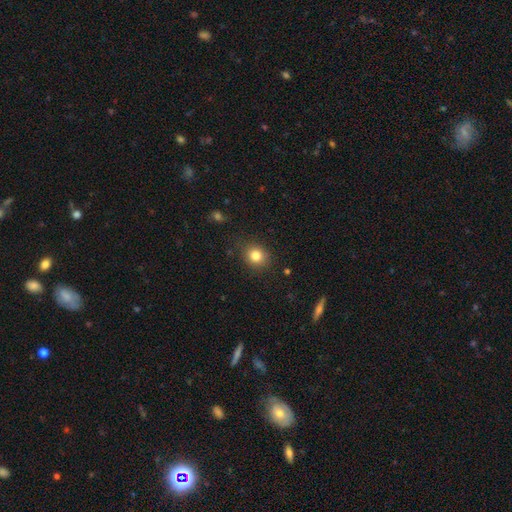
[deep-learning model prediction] Smooth or featured? Predicted: smooth (p=0.82). How rounded? Predicted: round (p=0.76). Merging? Predicted: none (p=0.86).